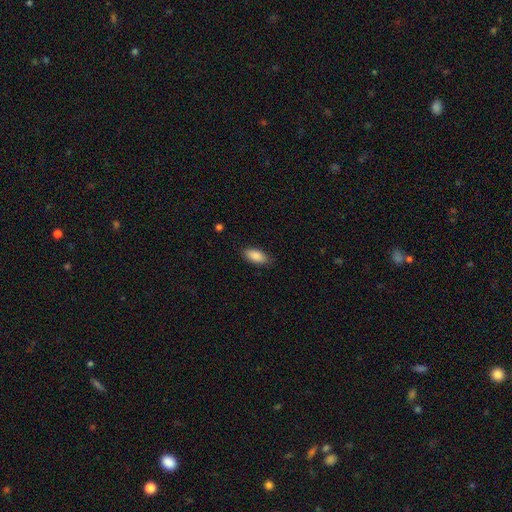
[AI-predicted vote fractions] This appears to be a smooth galaxy with no disk features (87%) that is in between round and cigar-shaped (90%). Merging: none (85%).